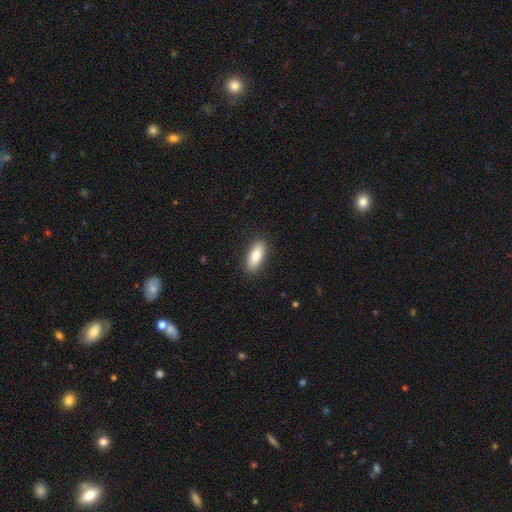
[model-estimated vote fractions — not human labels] smooth-or-featured: smooth: 83% | featured or disk: 11% | star or artifact: 6%
  how-rounded: in between: 81% | cigar-shaped: 17% | round: 2%
  merging: none: 89% | minor disturbance: 8% | major disturbance: 2% | merger: 1%